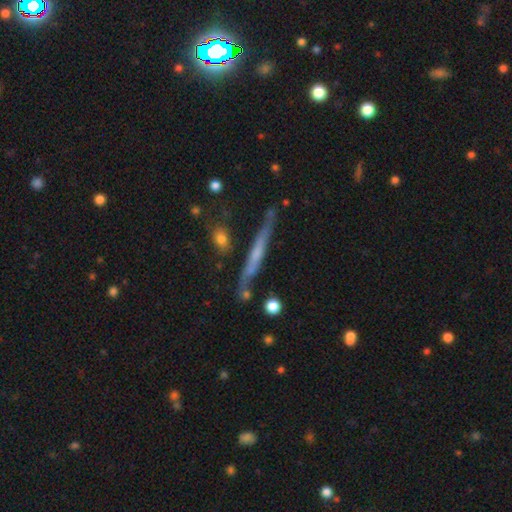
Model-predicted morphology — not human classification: This appears to be a featured or disk galaxy (59%) viewed edge-on (90%) with no central bulge (67%). Merging: none (73%).